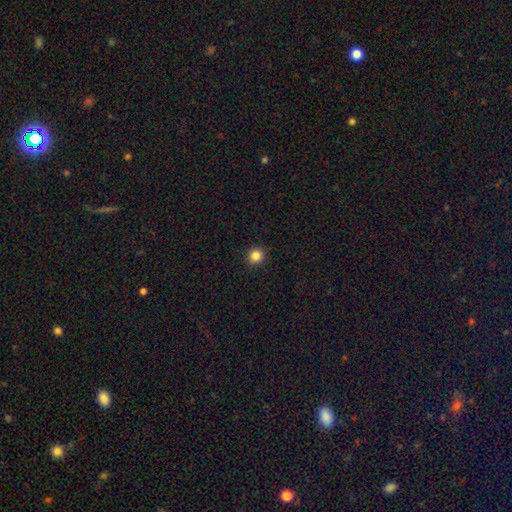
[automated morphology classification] A smooth galaxy with no disk features (85%) that is round (92%).

Vote fractions:
- Smooth or featured? smooth: 85% / star or artifact: 11% / featured or disk: 4%
- How rounded? round: 92% / in between: 8% / cigar-shaped: 1%
- Merging? none: 91% / minor disturbance: 6% / major disturbance: 2% / merger: 1%